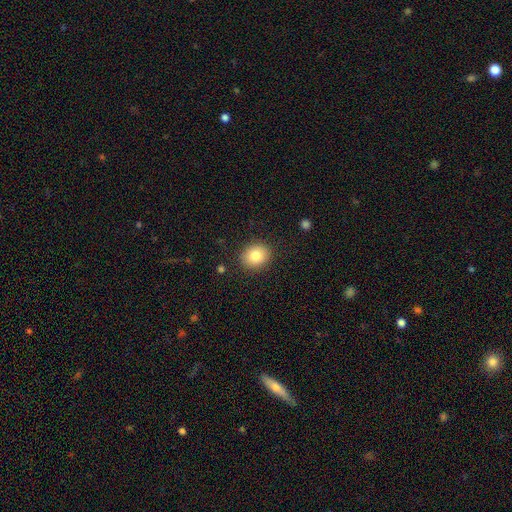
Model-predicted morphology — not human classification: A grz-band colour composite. It shows a smooth galaxy with no disk features (82%) that is round (69%). Merging: none (89%).